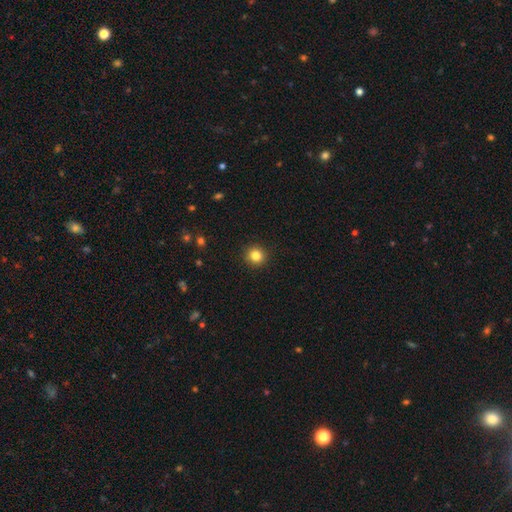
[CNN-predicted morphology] Smooth or featured: smooth — 83% (star or artifact — 11%)
How rounded: round — 93% (in between — 6%)
Merging: none — 92% (minor disturbance — 5%)